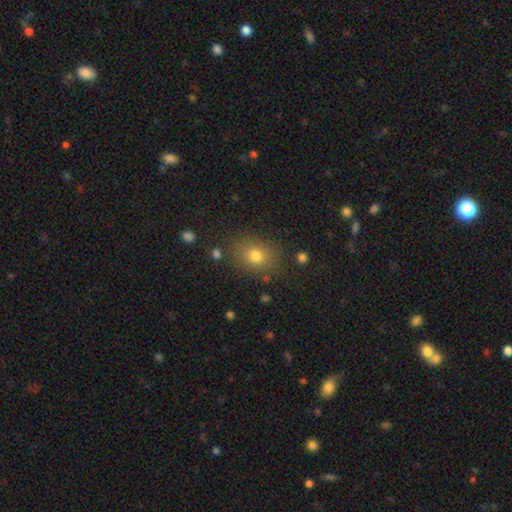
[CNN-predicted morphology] A smooth galaxy with no disk features (76%) that is in between round and cigar-shaped (50%).

Vote fractions:
- Smooth or featured? smooth: 76% / star or artifact: 14% / featured or disk: 10%
- How rounded? in between: 50% / round: 49% / cigar-shaped: 1%
- Merging? none: 81% / minor disturbance: 12% / major disturbance: 4% / merger: 3%